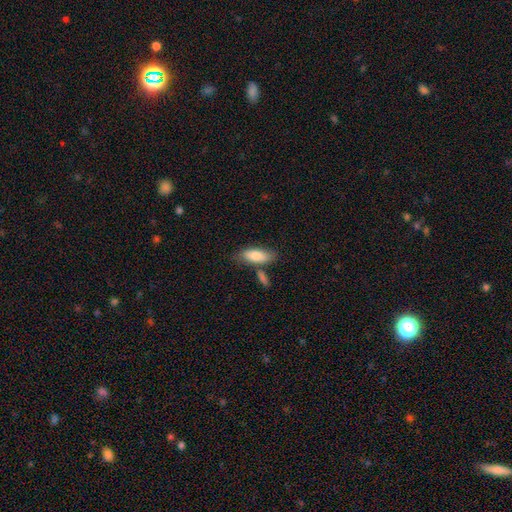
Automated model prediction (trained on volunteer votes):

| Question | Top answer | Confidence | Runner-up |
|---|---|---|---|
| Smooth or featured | smooth | 81% | featured or disk (13%) |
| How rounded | in between | 80% | cigar-shaped (18%) |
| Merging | none | 65% | minor disturbance (16%) |